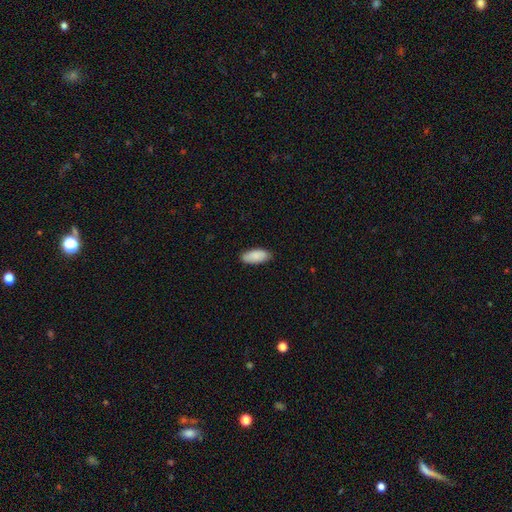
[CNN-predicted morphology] smooth-or-featured: smooth: 89% | star or artifact: 6% | featured or disk: 5%
  how-rounded: in between: 88% | cigar-shaped: 11% | round: 2%
  merging: none: 86% | minor disturbance: 11% | major disturbance: 2% | merger: 1%